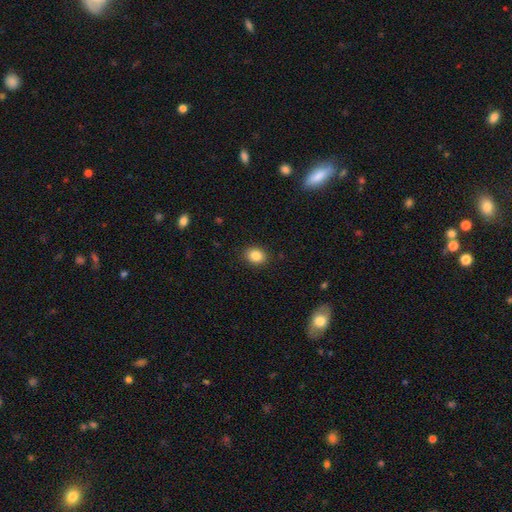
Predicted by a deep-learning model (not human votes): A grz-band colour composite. It shows a smooth galaxy with no disk features (85%) that is round (50%). Merging: none (90%).